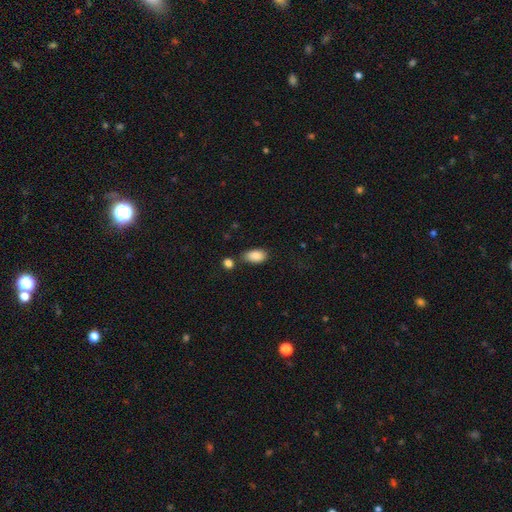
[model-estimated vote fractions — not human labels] Smooth or featured? Predicted: smooth (p=0.87). How rounded? Predicted: in between (p=0.93). Merging? Predicted: none (p=0.70).